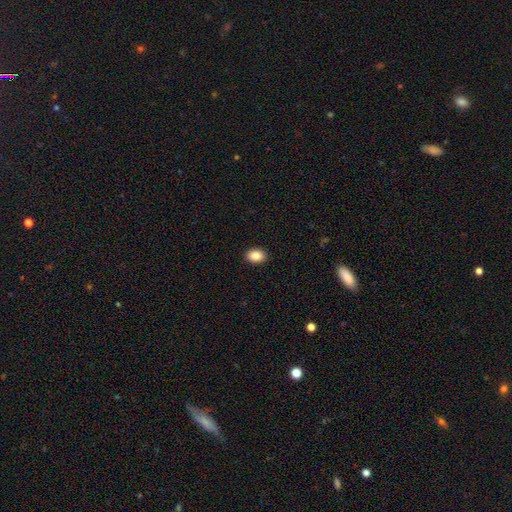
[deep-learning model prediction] A smooth galaxy with no disk features (88%) that is in between round and cigar-shaped (76%). Merging: none (91%).